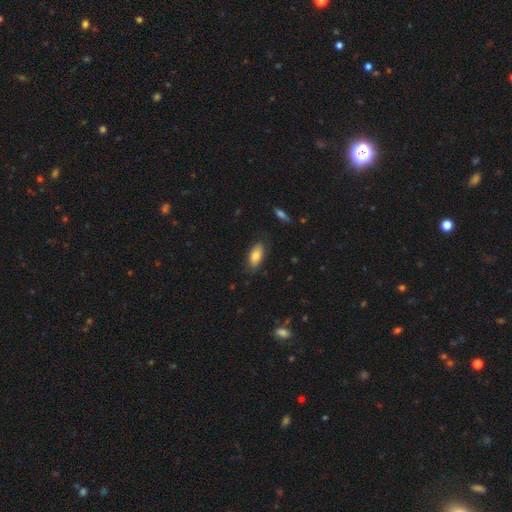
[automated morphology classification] smooth_or_featured: smooth (p=0.81) [alt: featured or disk p=0.12]
how_rounded: in between (p=0.88) [alt: cigar-shaped p=0.09]
merging: none (p=0.82) [alt: minor disturbance p=0.14]